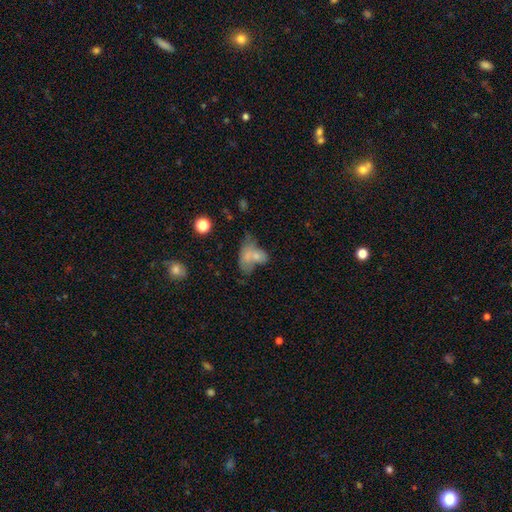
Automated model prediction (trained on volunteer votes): A smooth galaxy with no disk features (50%). Merging: merger (36%).